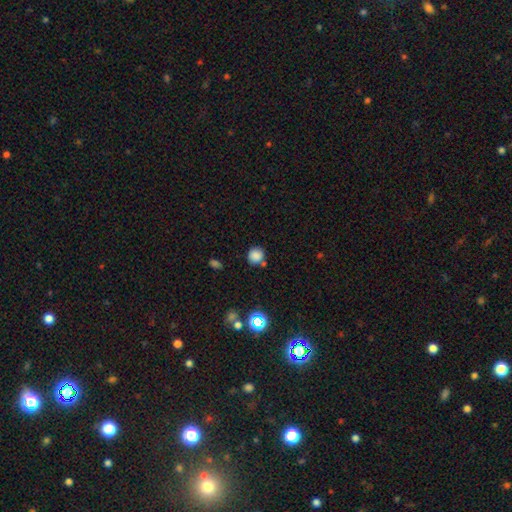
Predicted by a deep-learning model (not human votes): This appears to be a smooth galaxy with no disk features (82%) that is round (89%). Merging: none (74%).